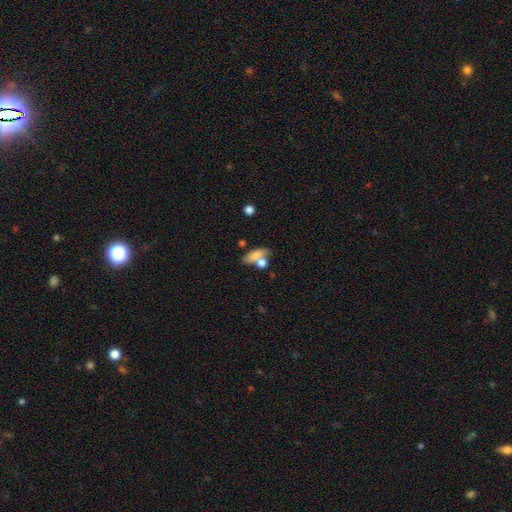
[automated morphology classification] This appears to be a smooth galaxy with no disk features (73%) that is in between round and cigar-shaped (68%). Merging: none (40%).